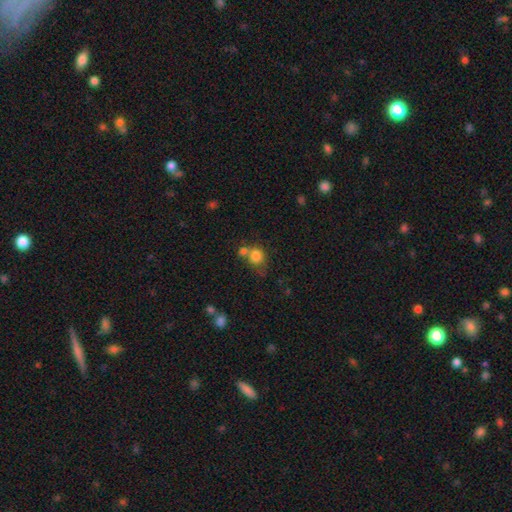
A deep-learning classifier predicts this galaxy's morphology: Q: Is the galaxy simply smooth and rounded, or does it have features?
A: smooth — 80%.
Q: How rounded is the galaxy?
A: round — 76%.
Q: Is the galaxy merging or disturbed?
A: none — 44%.